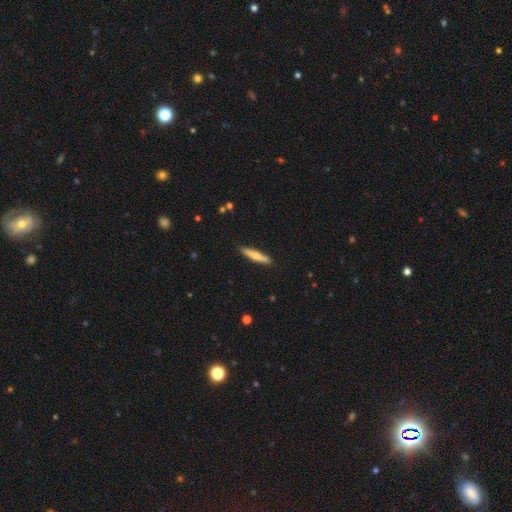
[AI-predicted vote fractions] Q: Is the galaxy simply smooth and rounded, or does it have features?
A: smooth — 62%.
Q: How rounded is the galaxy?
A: cigar-shaped — 90%.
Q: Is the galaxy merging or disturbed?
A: none — 89%.